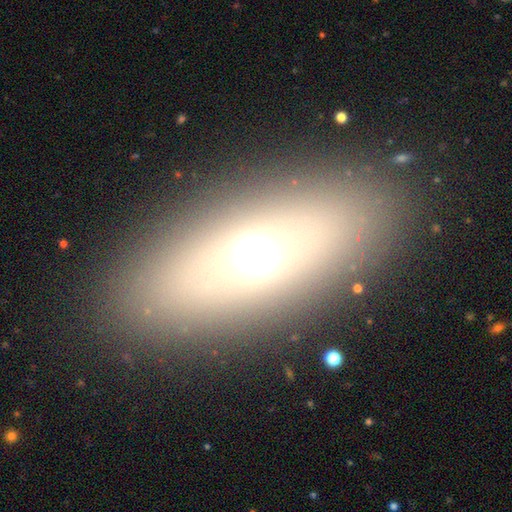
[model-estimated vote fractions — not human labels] A smooth galaxy with no disk features (52%) that is in between round and cigar-shaped (73%). Merging: none (88%).